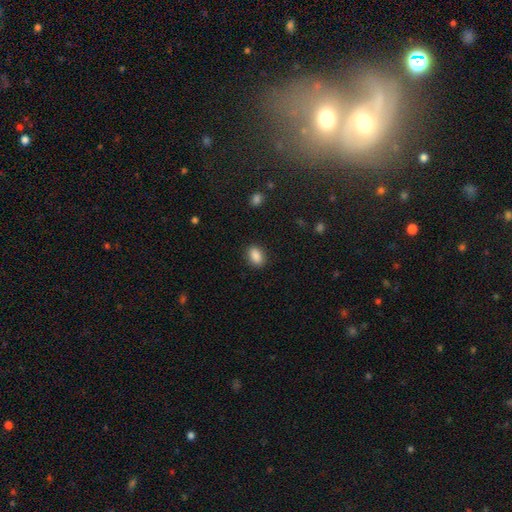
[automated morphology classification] The model was most divided on "how rounded": in between: 84%, round: 14%, cigar-shaped: 2%. More confident: smooth or featured — smooth (89%); merging — none (88%).